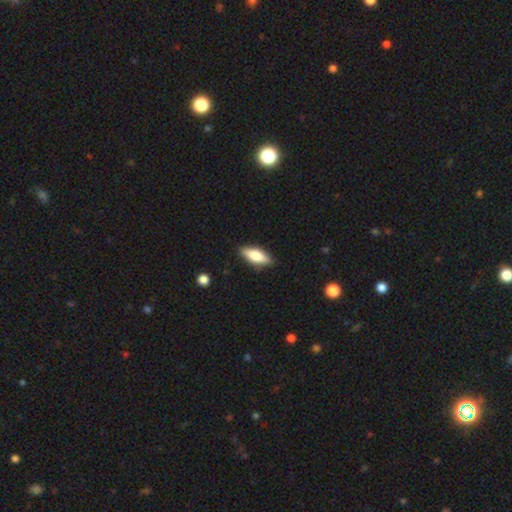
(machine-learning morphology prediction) This is likely a smooth galaxy (68%). How rounded: likely in between (69%). Merging: clearly none (86%).